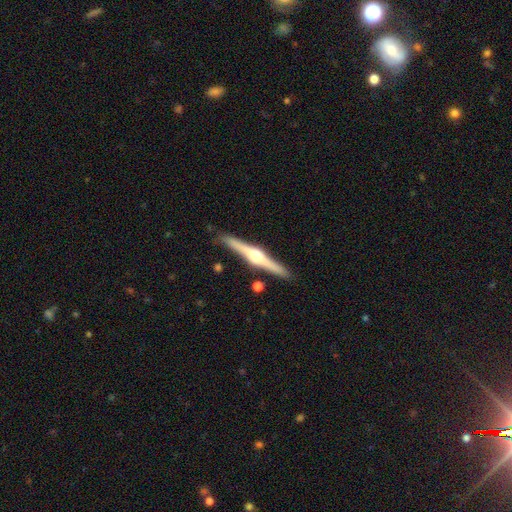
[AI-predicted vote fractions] This is likely a featured or disk galaxy (79%). It is clearly viewed edge-on (98%). Edge-on bulge: clearly rounded (94%). Merging: clearly none (89%).